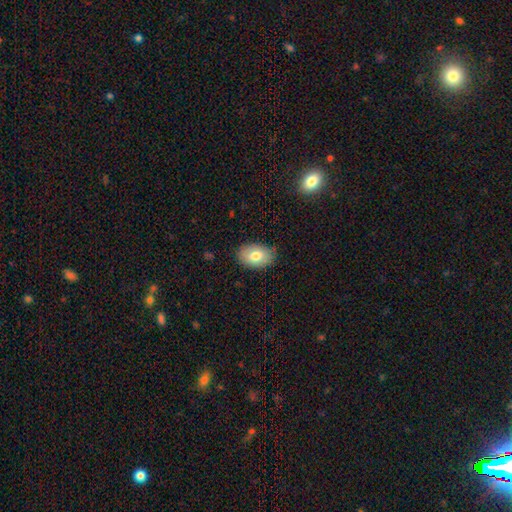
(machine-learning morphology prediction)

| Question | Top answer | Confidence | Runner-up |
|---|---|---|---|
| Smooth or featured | smooth | 77% | featured or disk (16%) |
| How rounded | in between | 89% | round (10%) |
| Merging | none | 86% | minor disturbance (11%) |